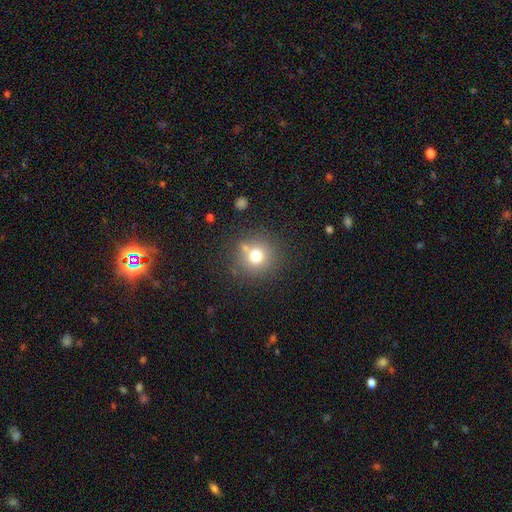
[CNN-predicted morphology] type=smooth (72%); roundness=round (91%); merging=none (74%).